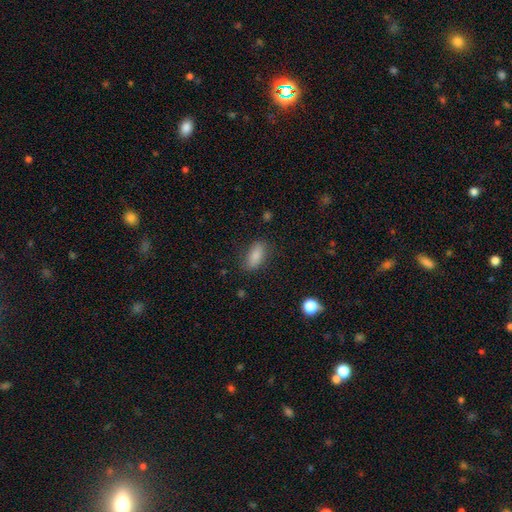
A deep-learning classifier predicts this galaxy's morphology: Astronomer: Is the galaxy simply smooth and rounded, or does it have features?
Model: smooth — 85%.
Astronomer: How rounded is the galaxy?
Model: in between — 82%.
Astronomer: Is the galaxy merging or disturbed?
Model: none — 81%.